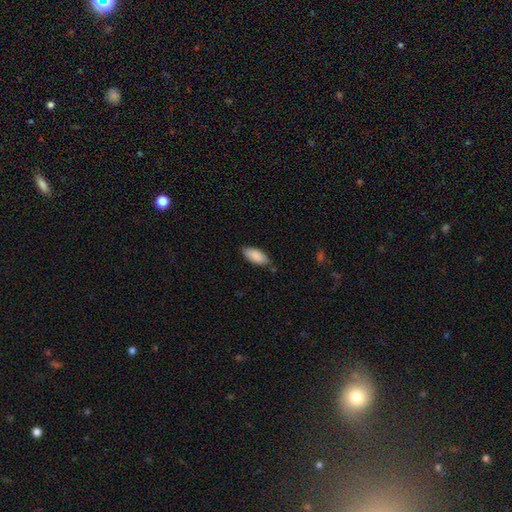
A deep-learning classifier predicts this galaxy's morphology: The model was most divided on "merging": none: 77%, minor disturbance: 18%, major disturbance: 3%, merger: 2%. More confident: smooth or featured — smooth (88%); how rounded — in between (88%).